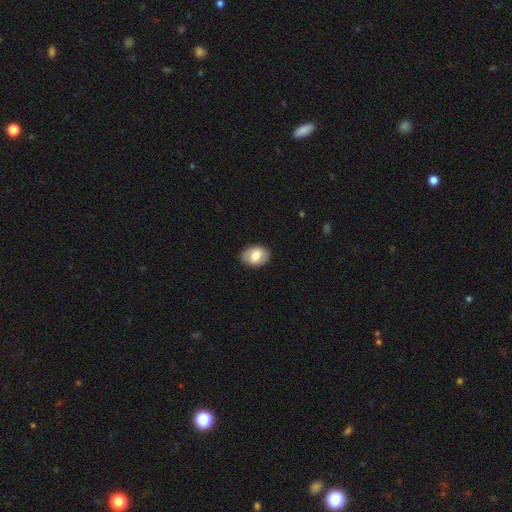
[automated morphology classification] Smooth or featured? Predicted: smooth (p=0.71). How rounded? Predicted: in between (p=0.80). Merging? Predicted: none (p=0.86).